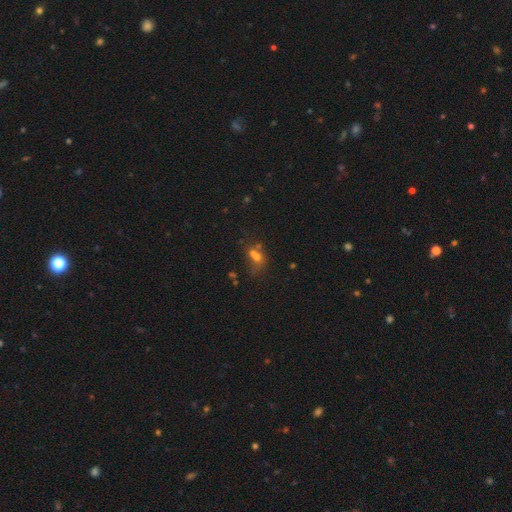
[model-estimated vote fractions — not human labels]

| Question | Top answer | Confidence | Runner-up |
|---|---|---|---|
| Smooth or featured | smooth | 56% | featured or disk (22%) |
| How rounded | round | 52% | in between (45%) |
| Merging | merger | 53% | none (28%) |